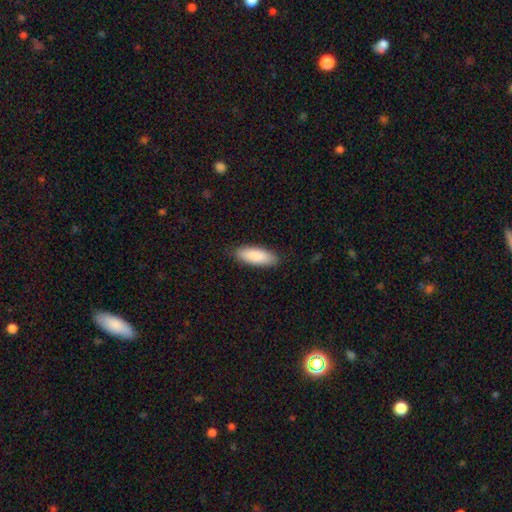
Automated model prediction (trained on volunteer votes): A smooth galaxy with no disk features (89%) that is in between round and cigar-shaped (69%).

Vote fractions:
- Smooth or featured? smooth: 89% / featured or disk: 6% / star or artifact: 5%
- How rounded? in between: 69% / cigar-shaped: 30% / round: 2%
- Merging? none: 87% / minor disturbance: 10% / major disturbance: 2% / merger: 1%